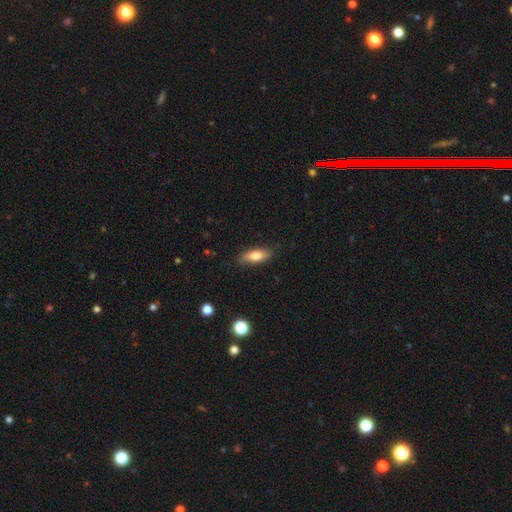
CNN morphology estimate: Smooth or featured? Predicted: smooth (p=0.74). How rounded? Predicted: in between (p=0.62). Merging? Predicted: none (p=0.84).